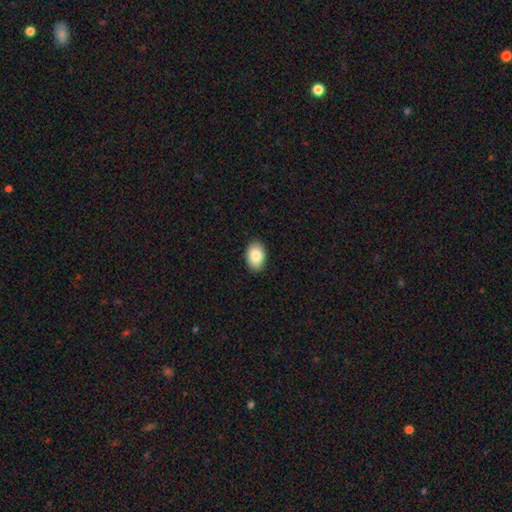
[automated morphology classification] smooth 86%, featured or disk 7%, star or artifact 7%. Down the decision tree: how rounded — in between (86%); merging — none (90%).